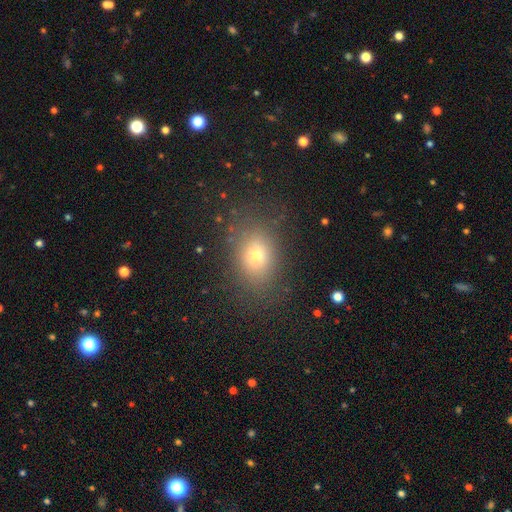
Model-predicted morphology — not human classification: Smooth or featured? Predicted: smooth (p=0.72). How rounded? Predicted: in between (p=0.65). Merging? Predicted: none (p=0.79).